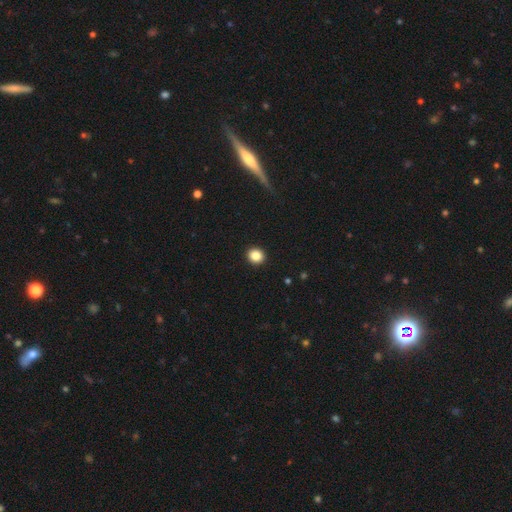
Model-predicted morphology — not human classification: smooth-or-featured: smooth: 86% | star or artifact: 10% | featured or disk: 4%
  how-rounded: round: 84% | in between: 15% | cigar-shaped: 1%
  merging: none: 93% | minor disturbance: 4% | major disturbance: 1% | merger: 1%